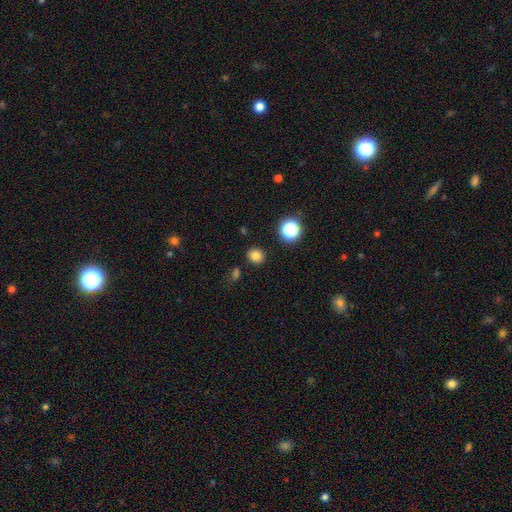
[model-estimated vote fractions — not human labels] Q: Smooth or featured?
A: smooth (79%); runner-up: star or artifact (15%)
Q: How rounded?
A: round (82%); runner-up: in between (17%)
Q: Merging?
A: none (87%); runner-up: minor disturbance (7%)